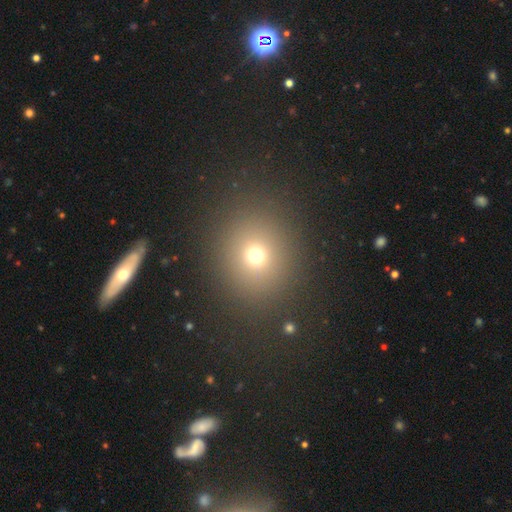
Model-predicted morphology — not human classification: Overall: smooth (70%). How rounded: round (80%). Merging: none (87%).